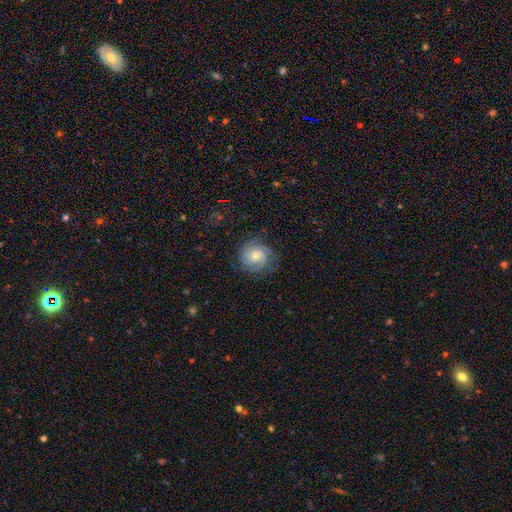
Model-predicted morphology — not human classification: Smooth or featured? Predicted: featured or disk (p=0.68). Edge-on disk? Predicted: no (p=0.98). Bar? Predicted: no (p=0.72). Spiral arms? Predicted: yes (p=0.94). Spiral winding? Predicted: tight (p=0.58). Spiral arm count? Predicted: 3 (p=0.30). Bulge size? Predicted: moderate (p=0.47). Merging? Predicted: none (p=0.77).